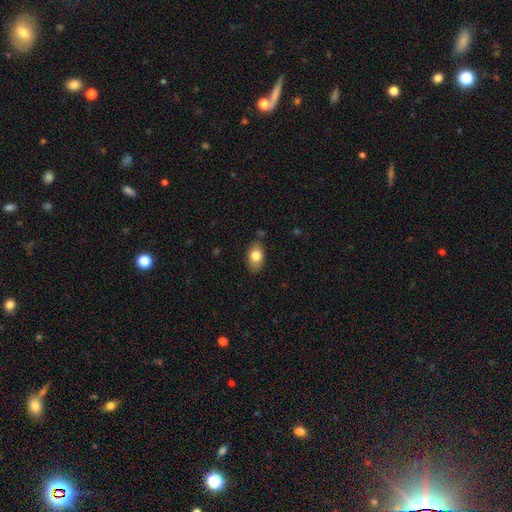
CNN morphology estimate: smooth 79%, featured or disk 14%, star or artifact 8%. Down the decision tree: how rounded — in between (87%); merging — none (77%).